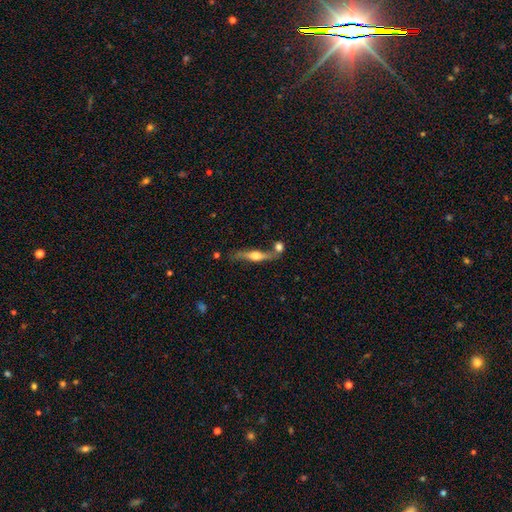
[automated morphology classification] This appears to be a featured or disk galaxy (64%) viewed edge-on (89%) with a rounded central bulge (91%). Merging: none (61%).